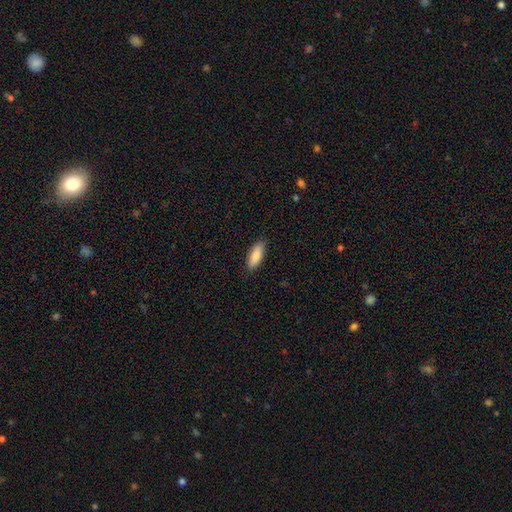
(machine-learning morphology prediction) A smooth galaxy with no disk features (85%) that is in between round and cigar-shaped (68%).

Vote fractions:
- Smooth or featured? smooth: 85% / featured or disk: 9% / star or artifact: 6%
- How rounded? in between: 68% / cigar-shaped: 31% / round: 2%
- Merging? none: 87% / minor disturbance: 10% / major disturbance: 2% / merger: 1%